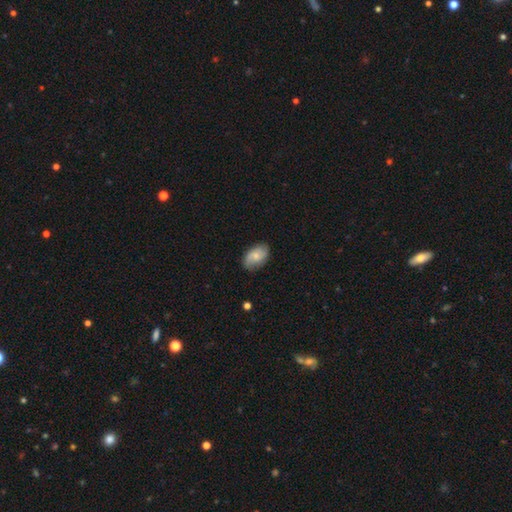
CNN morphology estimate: Smooth or featured? smooth (56%)
How rounded? in between (89%)
Merging? none (75%)